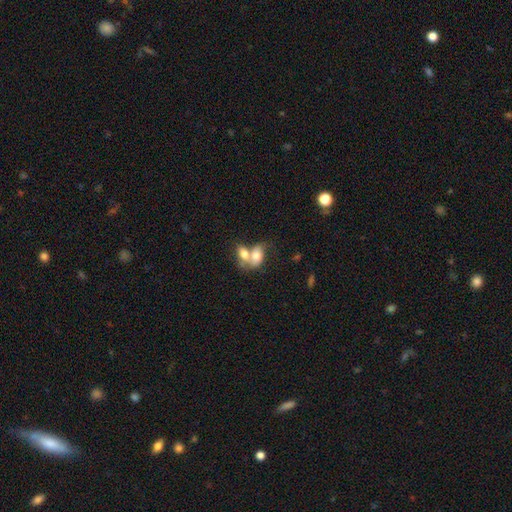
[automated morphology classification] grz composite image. It shows a smooth galaxy with no disk features (70%) that is in between round and cigar-shaped (82%). Merging: merger (72%).